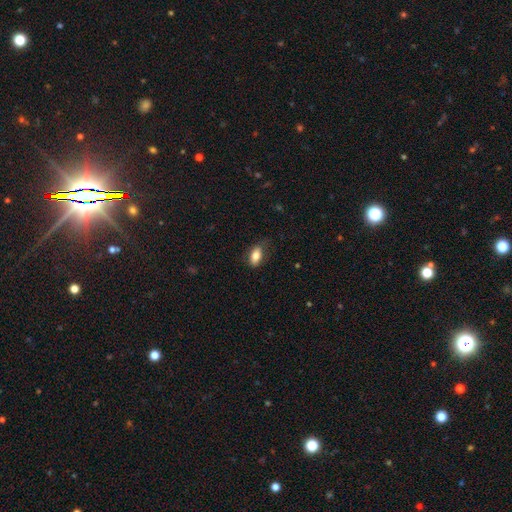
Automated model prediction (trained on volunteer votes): This appears to be a smooth galaxy with no disk features (83%) that is in between round and cigar-shaped (89%). Merging: none (73%).